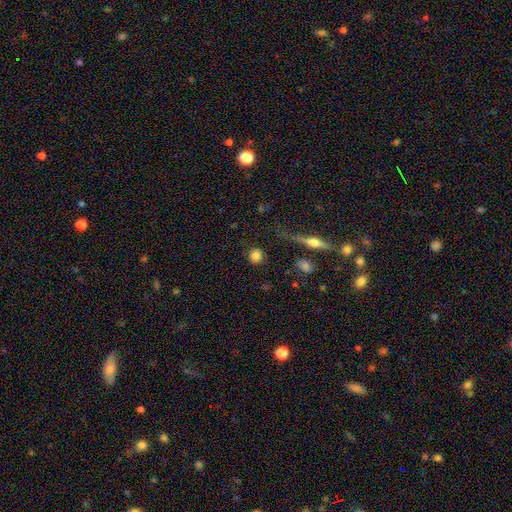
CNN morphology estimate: type=smooth (82%); roundness=round (90%); merging=none (86%).